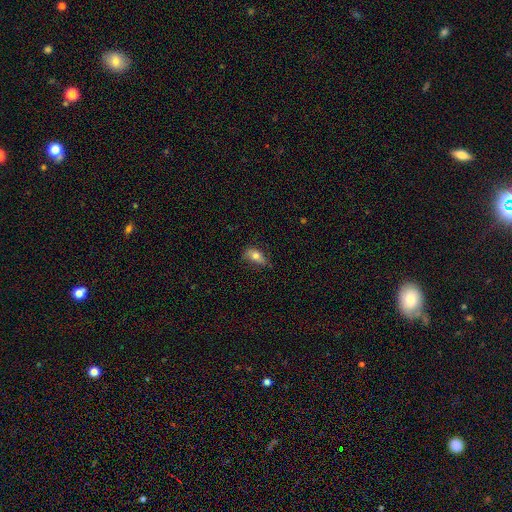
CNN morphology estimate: smooth 72%, featured or disk 19%, star or artifact 9%. Down the decision tree: how rounded — in between (84%); merging — none (52%).